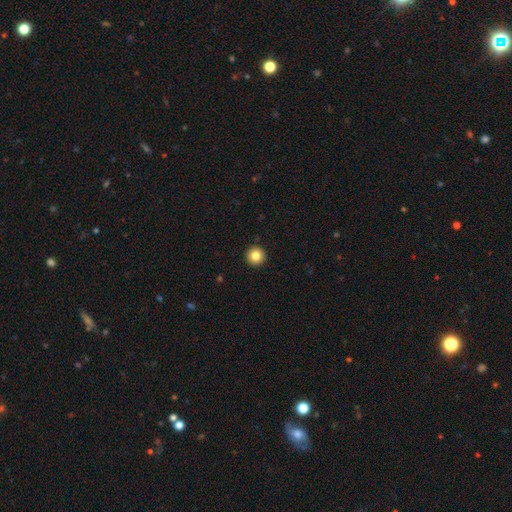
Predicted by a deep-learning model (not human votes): A smooth galaxy with no disk features (84%) that is round (97%).

Vote fractions:
- Smooth or featured? smooth: 84% / star or artifact: 10% / featured or disk: 7%
- How rounded? round: 97% / in between: 2% / cigar-shaped: 1%
- Merging? none: 94% / minor disturbance: 4% / major disturbance: 1% / merger: 1%